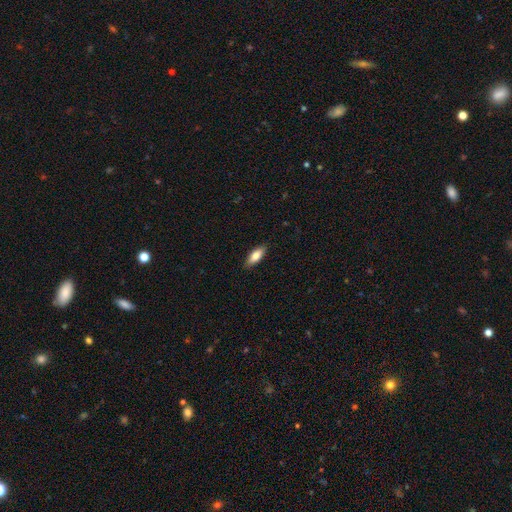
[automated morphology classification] smooth 79%, featured or disk 15%, star or artifact 6%. Down the decision tree: how rounded — in between (71%); merging — none (88%).